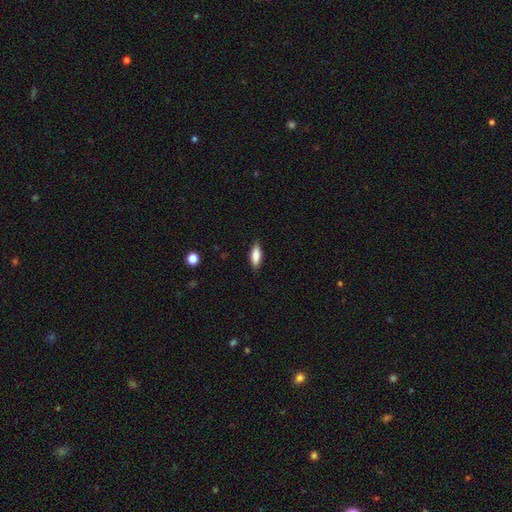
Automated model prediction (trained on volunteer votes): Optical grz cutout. It shows a smooth galaxy with no disk features (78%) that is in between round and cigar-shaped (66%). Merging: none (87%).